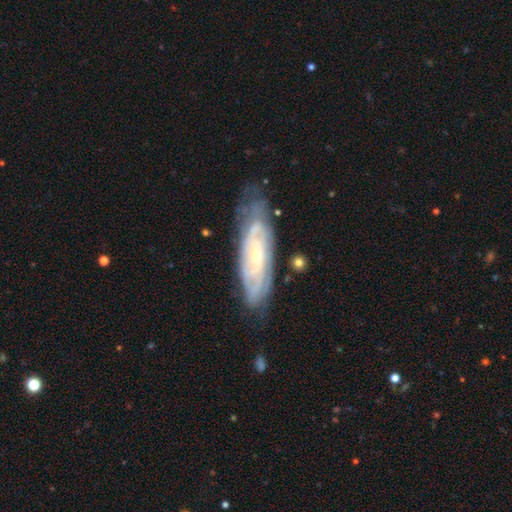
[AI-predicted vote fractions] A featured or disk galaxy (81%) with no bar (61%), tight (70%) spiral arms (93%) and a small central bulge (71%). Merging: none (69%).